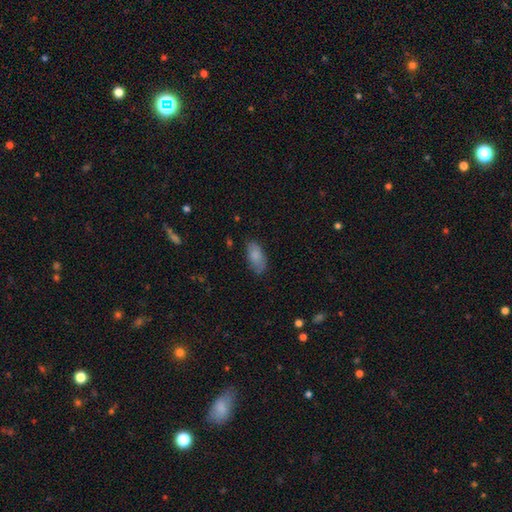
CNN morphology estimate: A smooth galaxy with no disk features (82%) that is in between round and cigar-shaped (91%).

Vote fractions:
- Smooth or featured? smooth: 82% / featured or disk: 11% / star or artifact: 7%
- How rounded? in between: 91% / cigar-shaped: 6% / round: 3%
- Merging? none: 72% / minor disturbance: 22% / major disturbance: 5% / merger: 2%